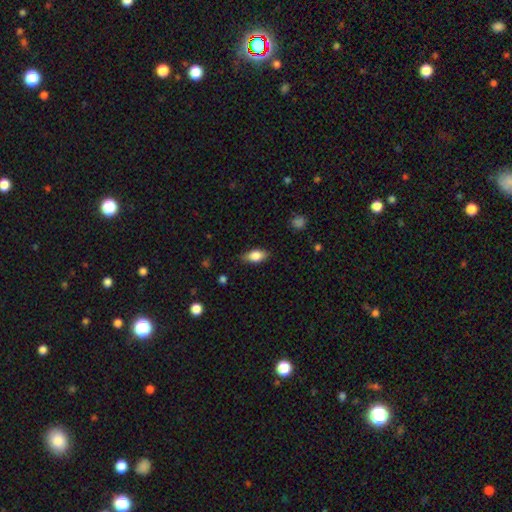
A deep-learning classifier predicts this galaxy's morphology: smooth-or-featured: smooth: 80% | featured or disk: 13% | star or artifact: 7%
  how-rounded: in between: 86% | cigar-shaped: 9% | round: 5%
  merging: none: 83% | minor disturbance: 13% | major disturbance: 3% | merger: 1%